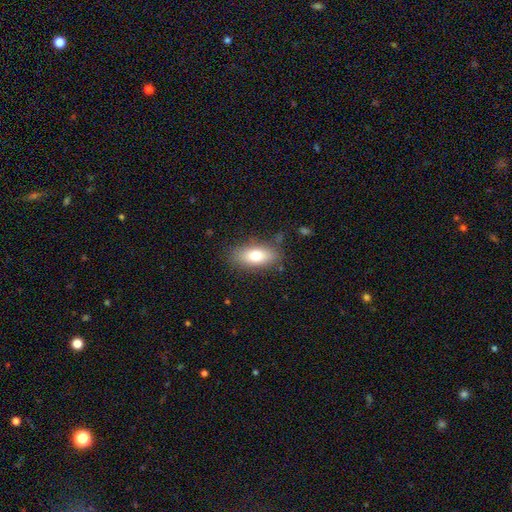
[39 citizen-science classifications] This is likely a smooth galaxy (74%). How rounded: clearly in between (83%). Merging: clearly none (83%).